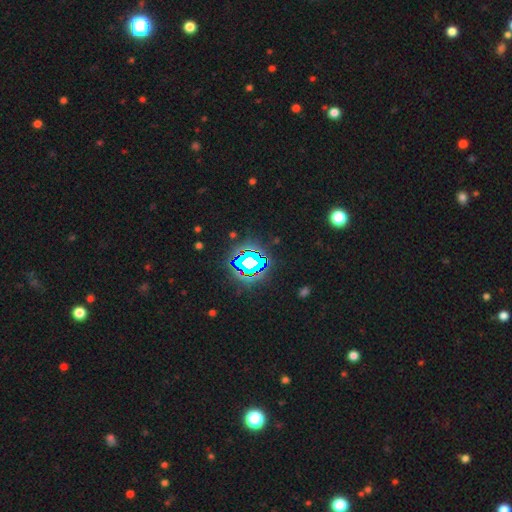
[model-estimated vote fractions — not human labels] Smooth or featured?
  - star or artifact: 83% *
  - smooth: 10%
  - featured or disk: 7%